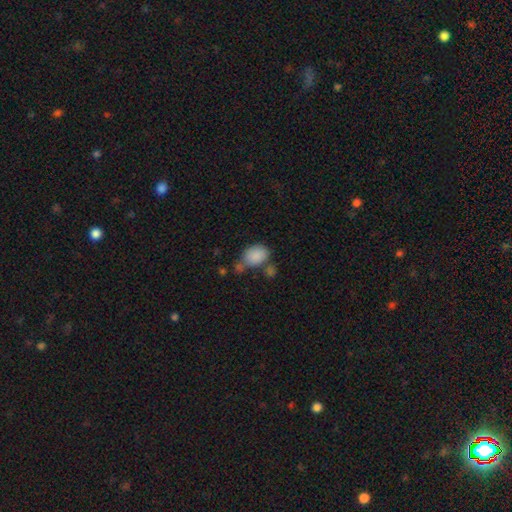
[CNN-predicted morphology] Q: Smooth or featured?
A: smooth (85%); runner-up: star or artifact (8%)
Q: How rounded?
A: in between (72%); runner-up: round (27%)
Q: Merging?
A: none (45%); runner-up: minor disturbance (23%)